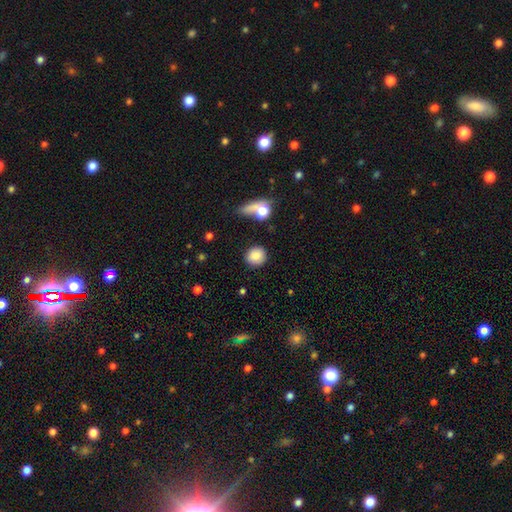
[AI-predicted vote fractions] This is clearly a smooth galaxy (84%). How rounded: clearly round (87%). Merging: clearly none (82%).